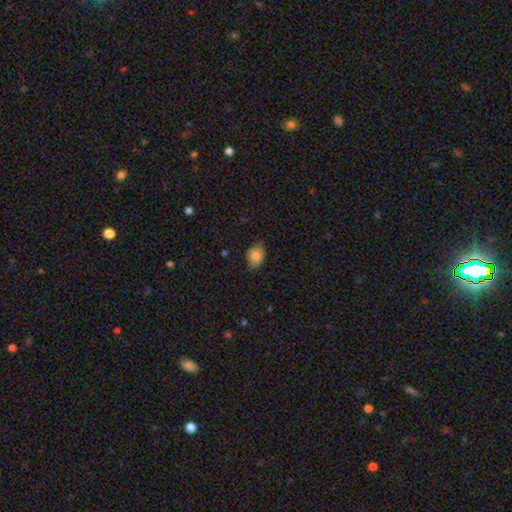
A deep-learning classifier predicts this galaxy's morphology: A smooth galaxy with no disk features (81%) that is in between round and cigar-shaped (79%).

Vote fractions:
- Smooth or featured? smooth: 81% / featured or disk: 11% / star or artifact: 8%
- How rounded? in between: 79% / round: 19% / cigar-shaped: 1%
- Merging? none: 76% / minor disturbance: 20% / major disturbance: 3% / merger: 1%